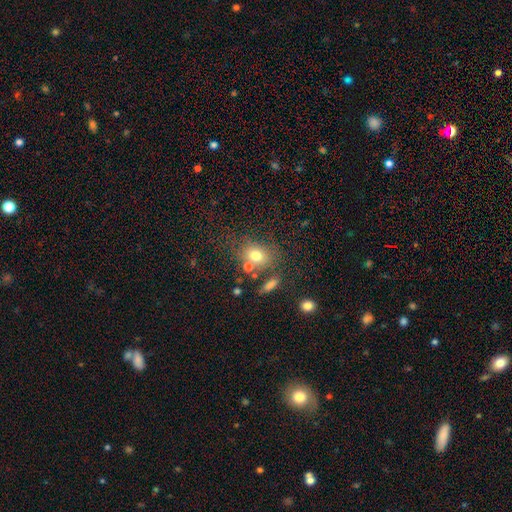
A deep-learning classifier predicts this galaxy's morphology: Q: Smooth or featured?
A: smooth (75%); runner-up: featured or disk (13%)
Q: How rounded?
A: in between (51%); runner-up: round (48%)
Q: Merging?
A: none (60%); runner-up: merger (17%)